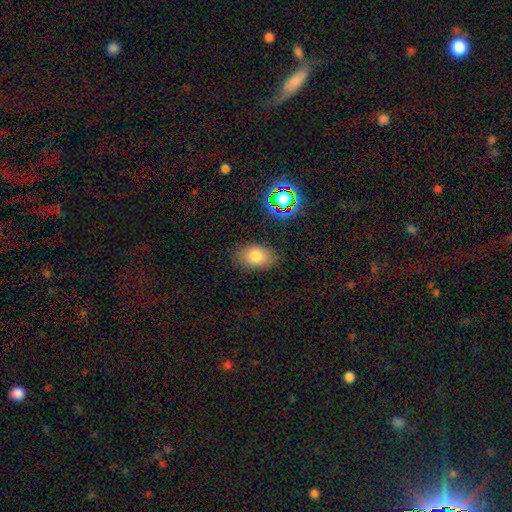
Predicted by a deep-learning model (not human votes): A smooth galaxy with no disk features (77%) that is in between round and cigar-shaped (85%).

Vote fractions:
- Smooth or featured? smooth: 77% / star or artifact: 12% / featured or disk: 11%
- How rounded? in between: 85% / round: 14% / cigar-shaped: 1%
- Merging? none: 83% / minor disturbance: 12% / major disturbance: 3% / merger: 2%